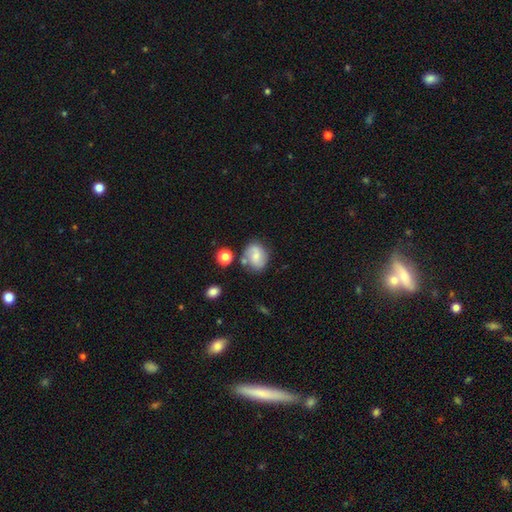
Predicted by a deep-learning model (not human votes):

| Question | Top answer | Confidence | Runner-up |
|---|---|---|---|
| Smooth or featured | featured or disk | 46% | smooth (45%) |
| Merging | none | 68% | minor disturbance (18%) |